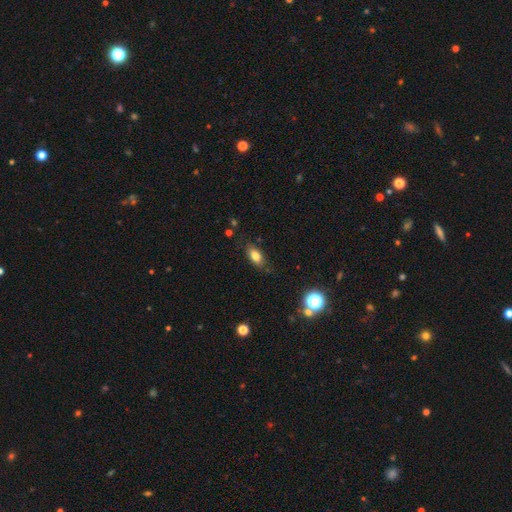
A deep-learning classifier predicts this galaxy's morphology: Smooth or featured? Predicted: smooth (p=0.78). How rounded? Predicted: in between (p=0.85). Merging? Predicted: none (p=0.79).